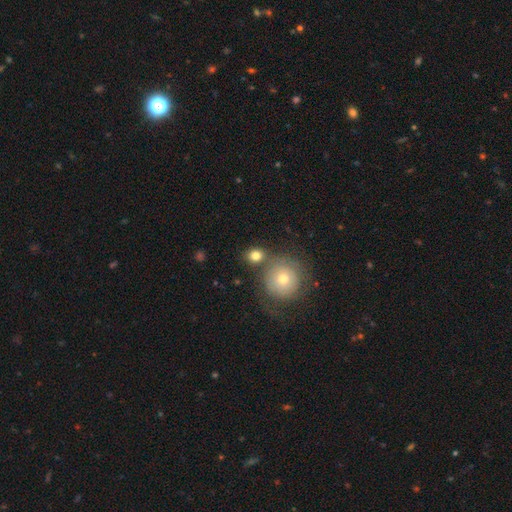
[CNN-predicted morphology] smooth_or_featured: smooth (p=0.79) [alt: featured or disk p=0.11]
how_rounded: round (p=0.77) [alt: in between p=0.22]
merging: none (p=0.65) [alt: merger p=0.20]